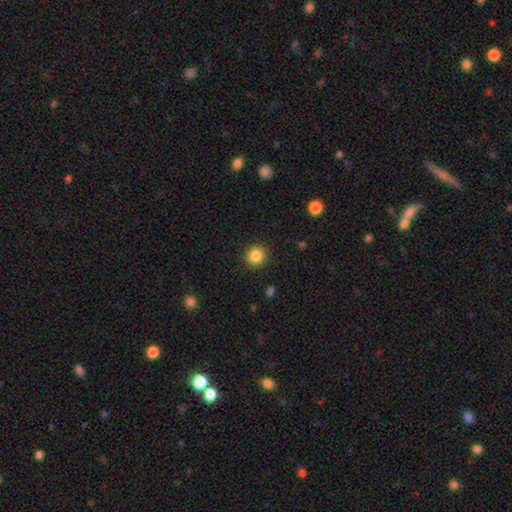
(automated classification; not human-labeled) A smooth galaxy with no disk features (86%) that is round (84%).

Vote fractions:
- Smooth or featured? smooth: 86% / star or artifact: 10% / featured or disk: 4%
- How rounded? round: 84% / in between: 15% / cigar-shaped: 1%
- Merging? none: 90% / minor disturbance: 7% / major disturbance: 2% / merger: 1%